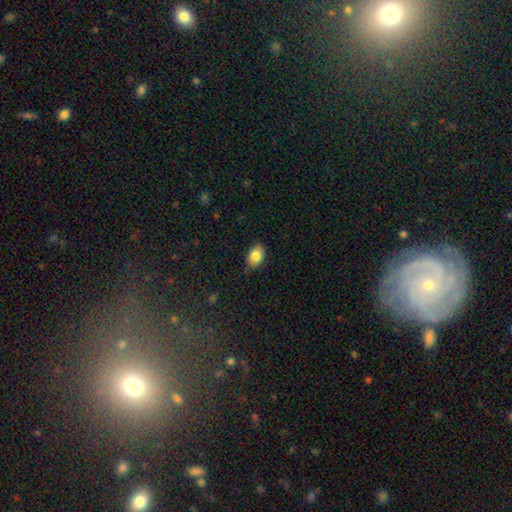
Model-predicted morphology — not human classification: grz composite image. It shows a smooth galaxy with no disk features (84%) that is in between round and cigar-shaped (83%). Merging: none (83%).